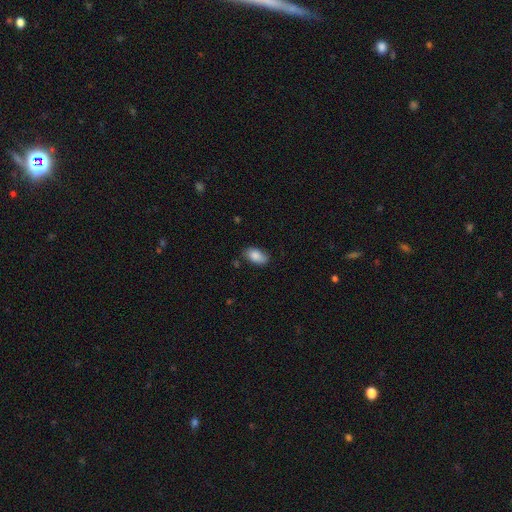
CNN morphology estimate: A smooth galaxy with no disk features (85%) that is in between round and cigar-shaped (93%).

Vote fractions:
- Smooth or featured? smooth: 85% / featured or disk: 8% / star or artifact: 7%
- How rounded? in between: 93% / round: 5% / cigar-shaped: 2%
- Merging? none: 75% / minor disturbance: 20% / major disturbance: 4% / merger: 2%